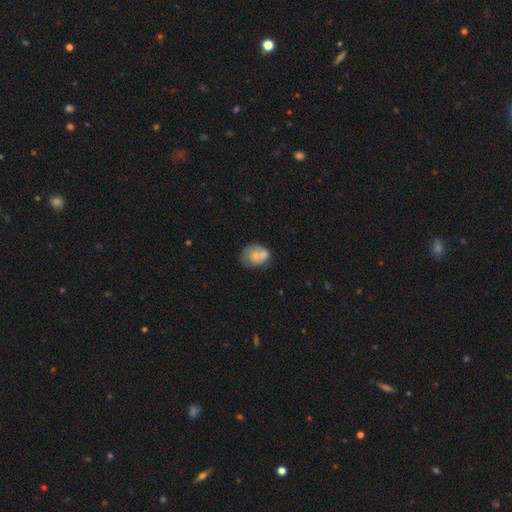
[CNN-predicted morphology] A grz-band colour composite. It shows a smooth galaxy with no disk features (58%) that is in between round and cigar-shaped (56%). Merging: none (41%).